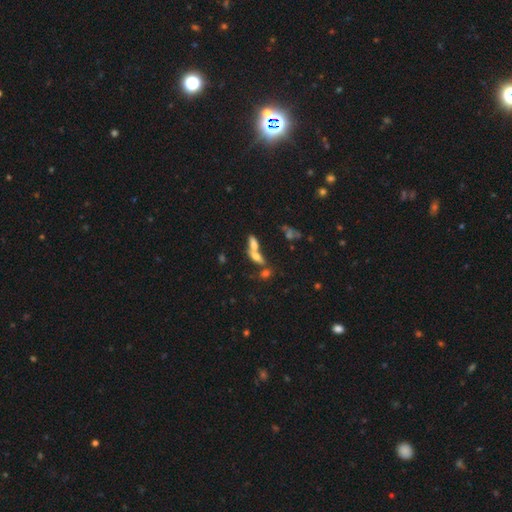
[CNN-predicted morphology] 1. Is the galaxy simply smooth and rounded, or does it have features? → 59% smooth, 27% featured or disk, 15% star or artifact.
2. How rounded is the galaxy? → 62% in between, 29% cigar-shaped, 9% round.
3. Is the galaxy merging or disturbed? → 57% merger, 27% none, 8% minor disturbance, 7% major disturbance.